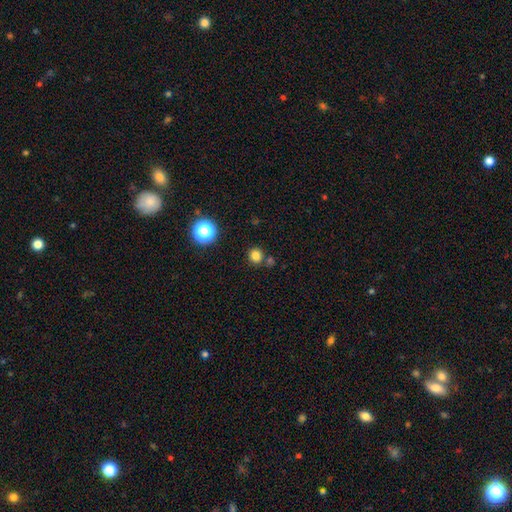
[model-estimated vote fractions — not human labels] Q: Smooth or featured?
A: smooth (80%); runner-up: star or artifact (15%)
Q: How rounded?
A: round (88%); runner-up: in between (11%)
Q: Merging?
A: none (79%); runner-up: merger (11%)